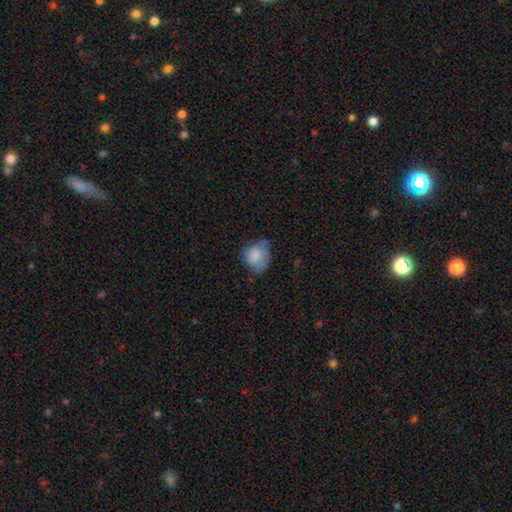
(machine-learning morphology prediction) smooth-or-featured: smooth: 80% | featured or disk: 12% | star or artifact: 9%
  how-rounded: round: 58% | in between: 41% | cigar-shaped: 1%
  merging: none: 44% | minor disturbance: 39% | major disturbance: 15% | merger: 2%